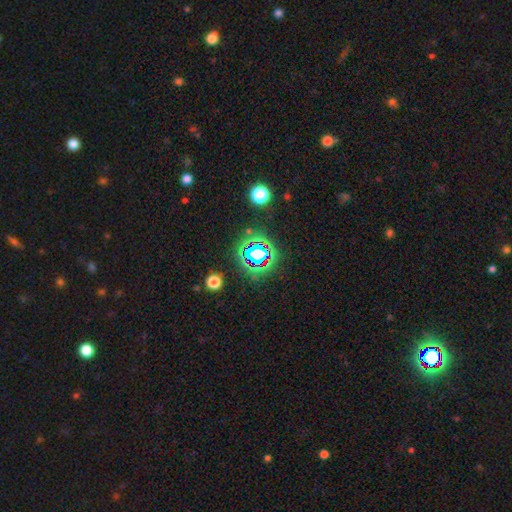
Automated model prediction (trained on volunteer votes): This is likely a star or artifact rather than a galaxy (68%).